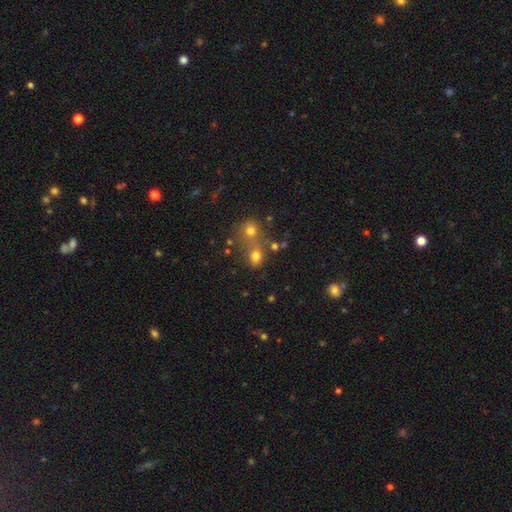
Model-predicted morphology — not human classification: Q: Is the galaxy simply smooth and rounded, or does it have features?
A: smooth — 73%.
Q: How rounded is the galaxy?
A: round — 52%.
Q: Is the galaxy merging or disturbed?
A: none — 45%.